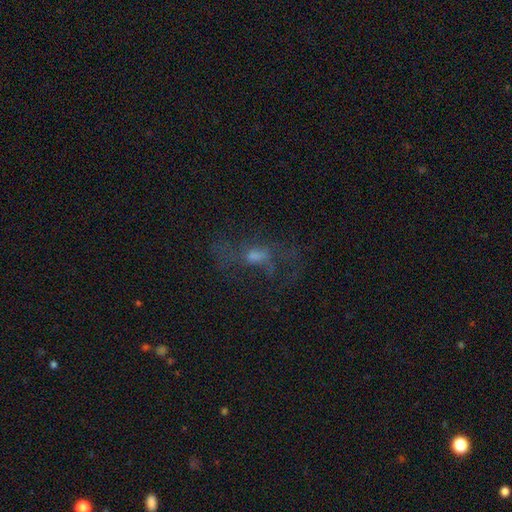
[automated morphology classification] Q: Smooth or featured?
A: featured or disk (51%); runner-up: smooth (29%)
Q: Edge-on disk?
A: no (91%); runner-up: yes (9%)
Q: Merging?
A: none (41%); runner-up: major disturbance (39%)